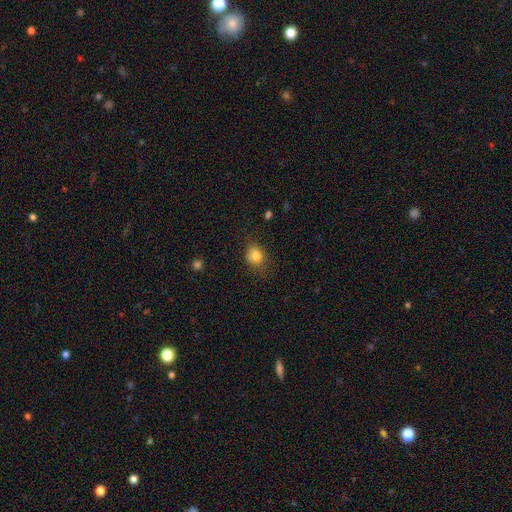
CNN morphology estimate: smooth-or-featured: smooth: 82% | star or artifact: 11% | featured or disk: 8%
  how-rounded: round: 60% | in between: 39% | cigar-shaped: 1%
  merging: none: 74% | minor disturbance: 19% | major disturbance: 5% | merger: 1%